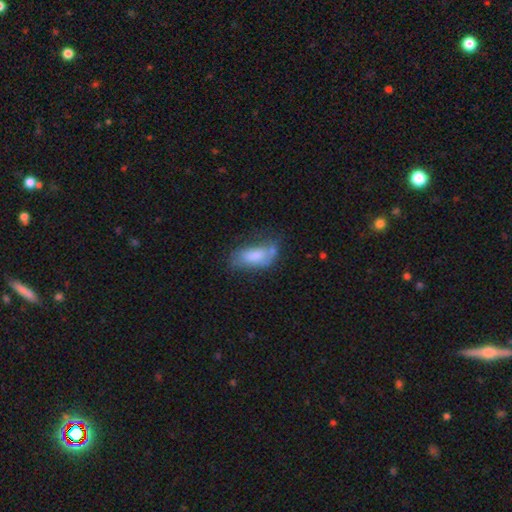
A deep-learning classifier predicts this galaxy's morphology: Smooth or featured: smooth — 69% (featured or disk — 23%)
How rounded: in between — 86% (cigar-shaped — 11%)
Merging: none — 42% (minor disturbance — 30%)